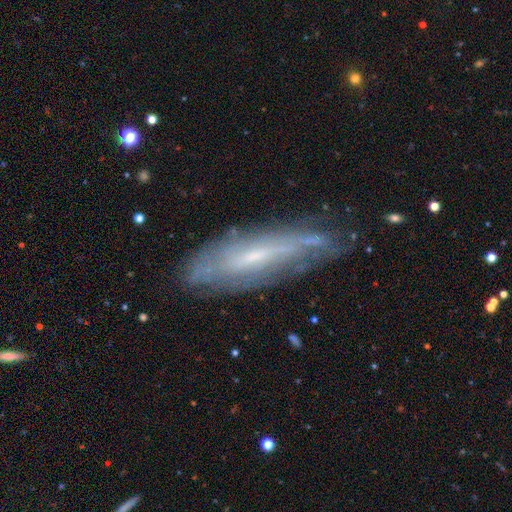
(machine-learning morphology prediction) type=featured or disk (66%); edge-on=no (58%); merging=none (69%).